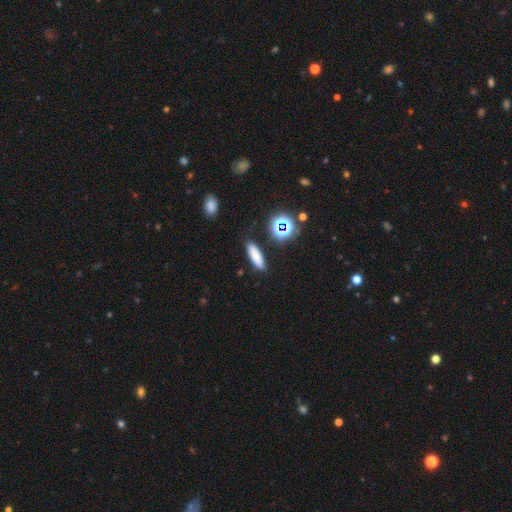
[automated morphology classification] The model was most divided on "how rounded": cigar-shaped: 50%, in between: 46%, round: 4%. More confident: merging — none (86%); smooth or featured — smooth (76%).